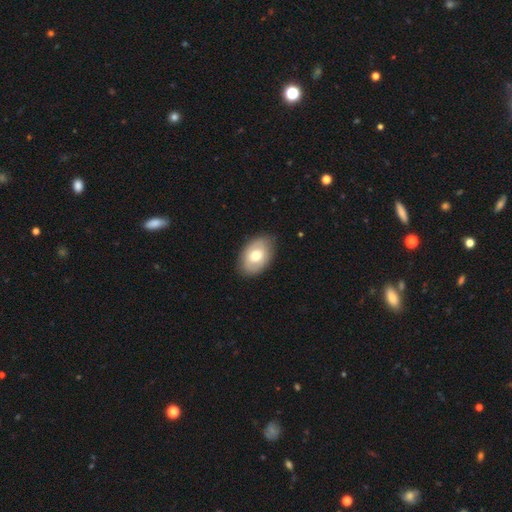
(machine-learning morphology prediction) A smooth galaxy with no disk features (66%) that is in between round and cigar-shaped (88%). Merging: none (84%).